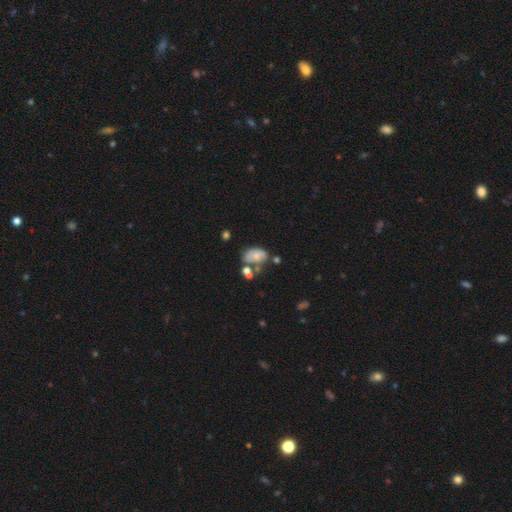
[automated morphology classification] type=smooth (64%); roundness=in between (86%); merging=none (34%).